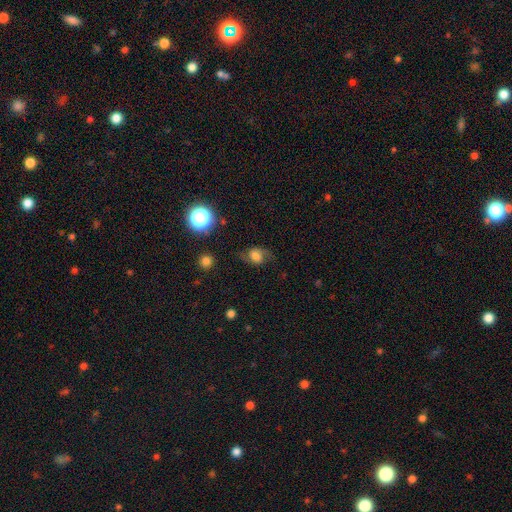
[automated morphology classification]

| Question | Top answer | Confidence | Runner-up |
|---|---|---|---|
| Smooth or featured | smooth | 45% | featured or disk (41%) |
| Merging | none | 64% | minor disturbance (21%) |